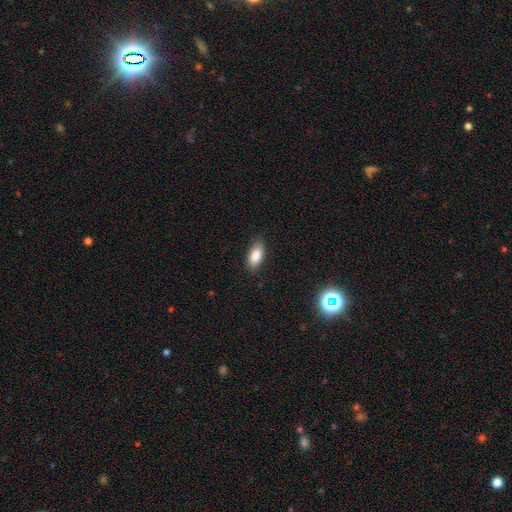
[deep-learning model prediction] smooth 85%, star or artifact 8%, featured or disk 7%. Down the decision tree: how rounded — in between (88%); merging — none (84%).